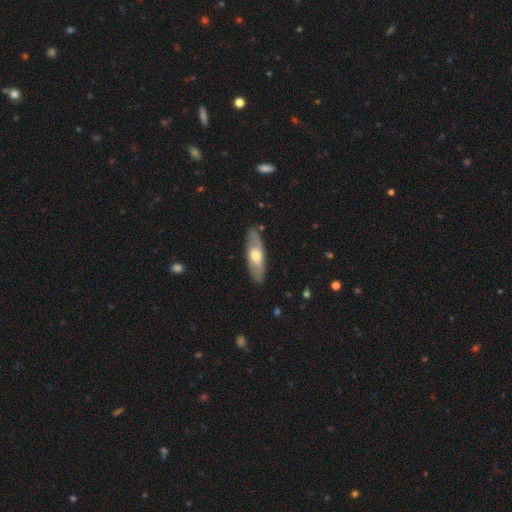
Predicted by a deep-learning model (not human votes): This appears to be a featured or disk galaxy (54%). Merging: none (84%).